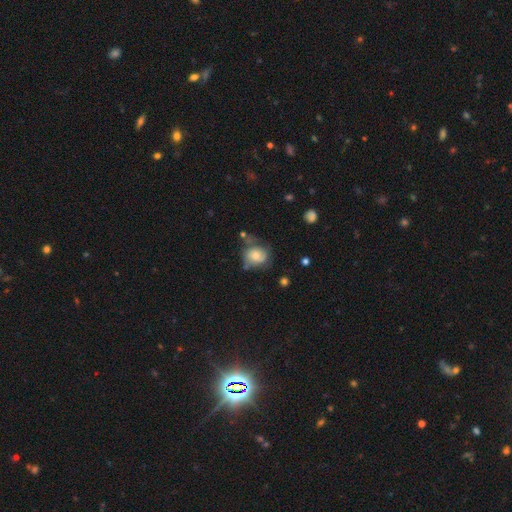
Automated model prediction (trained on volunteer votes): smooth-or-featured: smooth: 54% | featured or disk: 37% | star or artifact: 9%
  how-rounded: round: 65% | in between: 34% | cigar-shaped: 1%
  merging: none: 46% | minor disturbance: 30% | major disturbance: 17% | merger: 7%